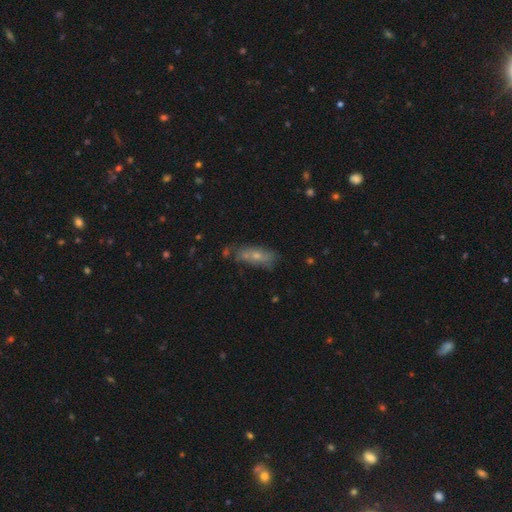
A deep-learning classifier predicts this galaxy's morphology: Smooth or featured: smooth — 53% (featured or disk — 37%)
How rounded: in between — 64% (cigar-shaped — 32%)
Merging: none — 56% (minor disturbance — 26%)